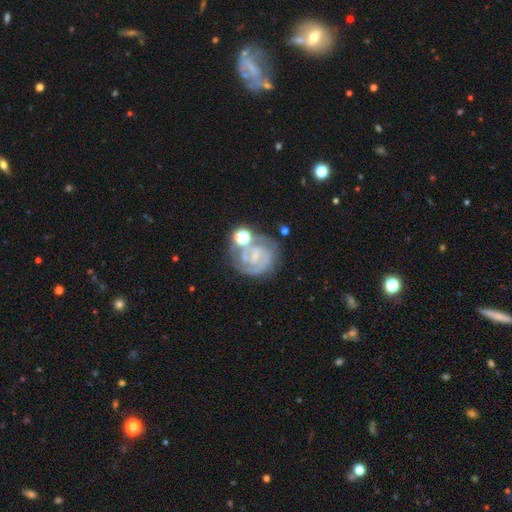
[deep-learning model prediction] The model was most divided on "bar": no: 49%, weak: 39%, strong: 12%. Remaining: edge-on disk — no (98%); spiral arms — yes (84%); smooth or featured — featured or disk (74%); spiral winding — tight (57%); merging — none (51%); bulge size — small (45%); spiral arm count — 2 (41%).